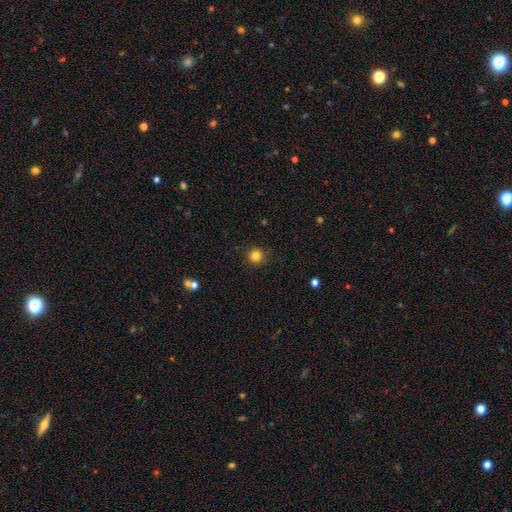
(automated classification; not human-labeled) A smooth galaxy with no disk features (83%) that is round (95%).

Vote fractions:
- Smooth or featured? smooth: 83% / star or artifact: 12% / featured or disk: 5%
- How rounded? round: 95% / in between: 4% / cigar-shaped: 1%
- Merging? none: 90% / minor disturbance: 7% / major disturbance: 2% / merger: 1%